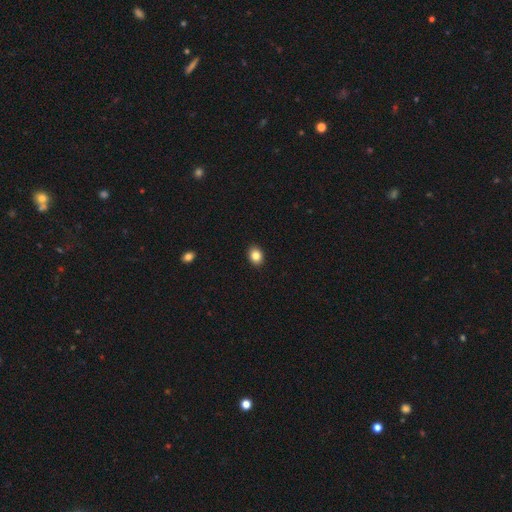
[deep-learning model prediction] Smooth or featured? Predicted: smooth (p=0.85). How rounded? Predicted: in between (p=0.54). Merging? Predicted: none (p=0.91).